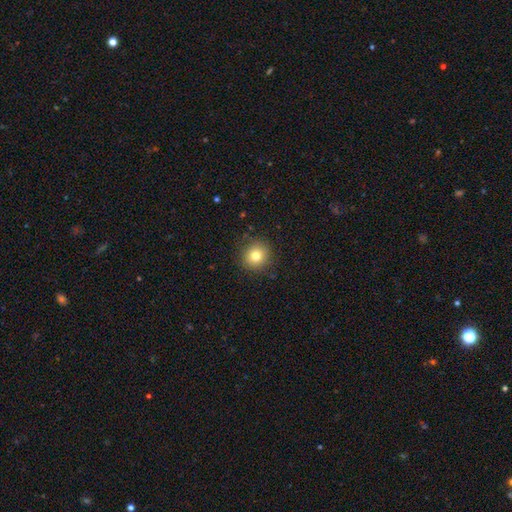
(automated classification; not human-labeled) A smooth galaxy with no disk features (79%) that is round (92%).

Vote fractions:
- Smooth or featured? smooth: 79% / star or artifact: 12% / featured or disk: 9%
- How rounded? round: 92% / in between: 7% / cigar-shaped: 1%
- Merging? none: 89% / minor disturbance: 8% / major disturbance: 3% / merger: 1%